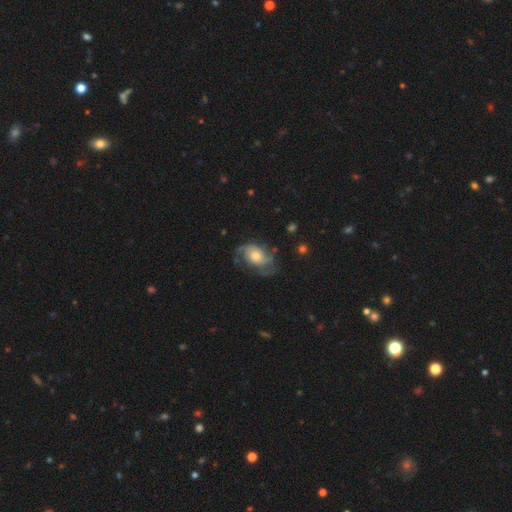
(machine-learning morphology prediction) Smooth or featured? Predicted: featured or disk (p=0.76). Edge-on disk? Predicted: no (p=0.97). Bar? Predicted: no (p=0.74). Spiral arms? Predicted: yes (p=0.92). Spiral winding? Predicted: medium (p=0.45). Spiral arm count? Predicted: 2 (p=0.53). Bulge size? Predicted: moderate (p=0.57). Merging? Predicted: none (p=0.62).